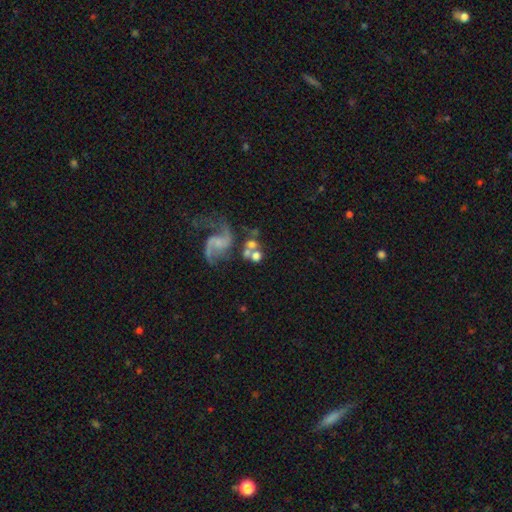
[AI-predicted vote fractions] smooth_or_featured: featured or disk (p=0.47) [alt: smooth p=0.42]
merging: none (p=0.43) [alt: merger p=0.33]